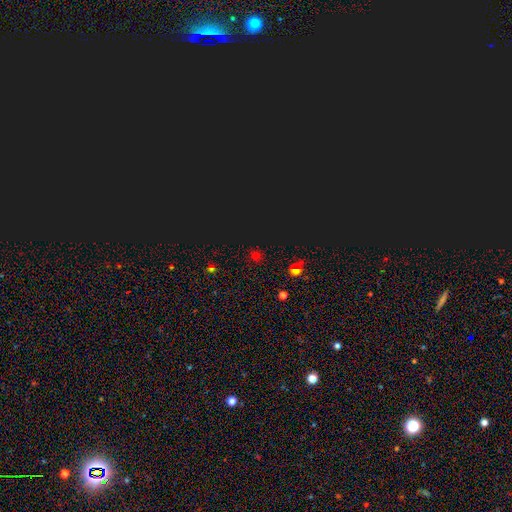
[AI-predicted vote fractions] This is possibly a star or artifact rather than a galaxy (51%).